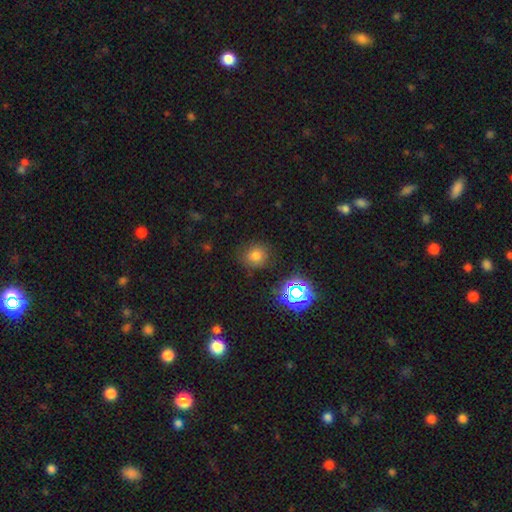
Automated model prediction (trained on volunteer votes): Q: Smooth or featured?
A: smooth (69%); runner-up: star or artifact (23%)
Q: How rounded?
A: round (86%); runner-up: in between (13%)
Q: Merging?
A: none (83%); runner-up: minor disturbance (11%)